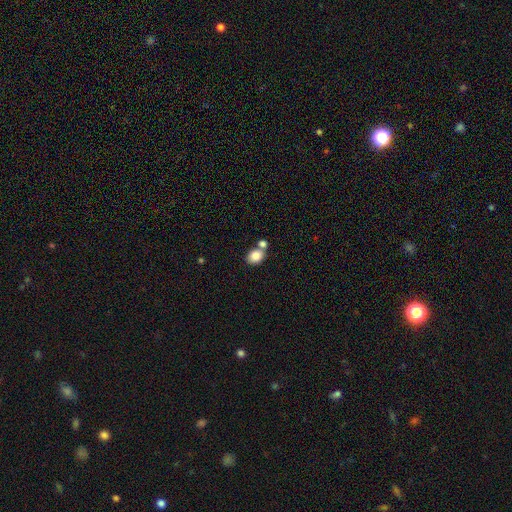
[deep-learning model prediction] Q: Smooth or featured?
A: smooth (85%); runner-up: star or artifact (8%)
Q: How rounded?
A: in between (56%); runner-up: round (43%)
Q: Merging?
A: none (52%); runner-up: merger (34%)